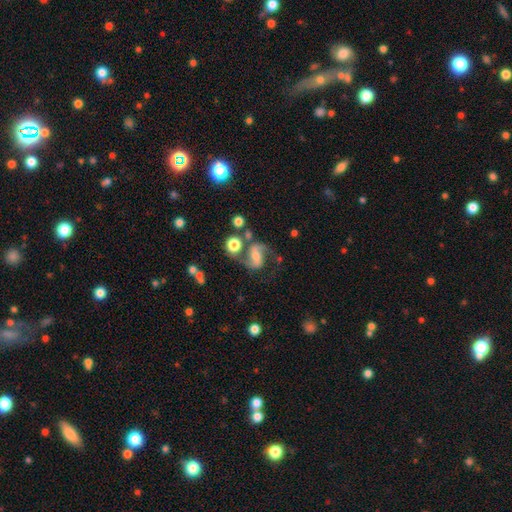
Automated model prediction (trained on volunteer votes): A featured or disk galaxy (80%) with a weak bar (42%), 2 (92%) medium (50%) spiral arms (95%) and a moderate central bulge (47%). Merging: none (62%).